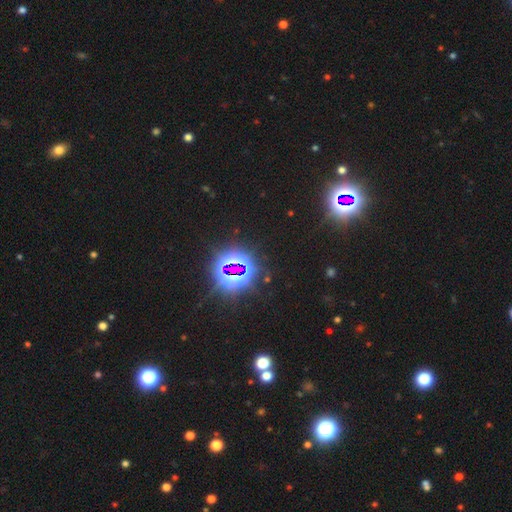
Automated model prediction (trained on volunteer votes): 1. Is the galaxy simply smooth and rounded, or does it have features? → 85% star or artifact, 9% smooth, 7% featured or disk.